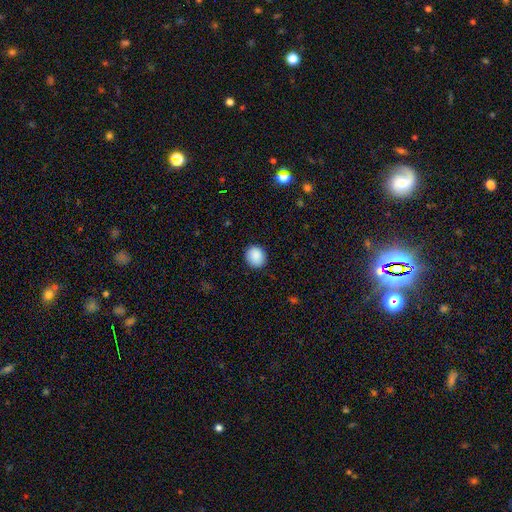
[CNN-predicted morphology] smooth_or_featured: smooth (p=0.90) [alt: star or artifact p=0.08]
how_rounded: round (p=0.73) [alt: in between p=0.26]
merging: none (p=0.89) [alt: minor disturbance p=0.08]